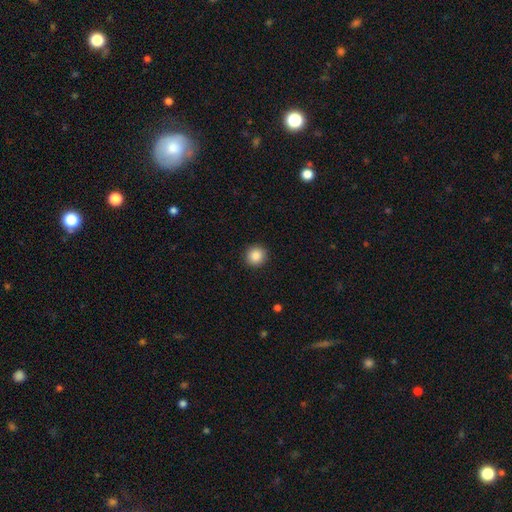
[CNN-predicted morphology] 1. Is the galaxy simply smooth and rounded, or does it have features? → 87% smooth, 9% star or artifact, 4% featured or disk.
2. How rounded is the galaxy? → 93% round, 6% in between, 1% cigar-shaped.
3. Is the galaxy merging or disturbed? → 92% none, 5% minor disturbance, 2% major disturbance, 1% merger.